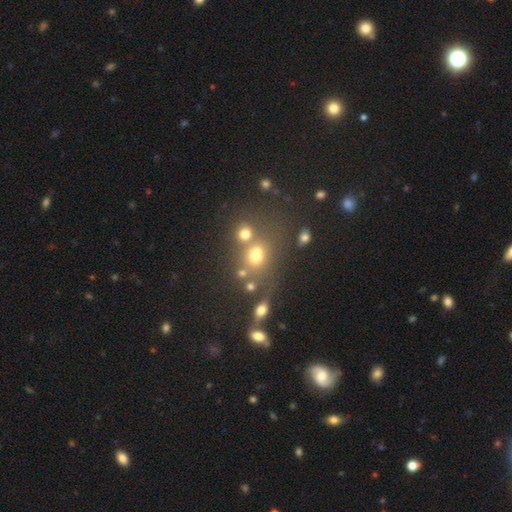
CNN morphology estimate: The model was most divided on "merging": none: 48%, merger: 34%, minor disturbance: 11%, major disturbance: 7%. More confident: smooth or featured — smooth (65%); how rounded — round (59%).